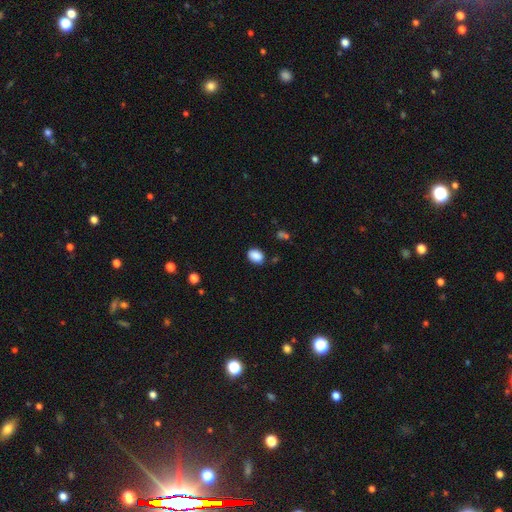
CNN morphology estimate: smooth-or-featured: smooth: 88% | star or artifact: 8% | featured or disk: 3%
  how-rounded: in between: 72% | round: 27% | cigar-shaped: 1%
  merging: none: 85% | minor disturbance: 11% | major disturbance: 3% | merger: 2%